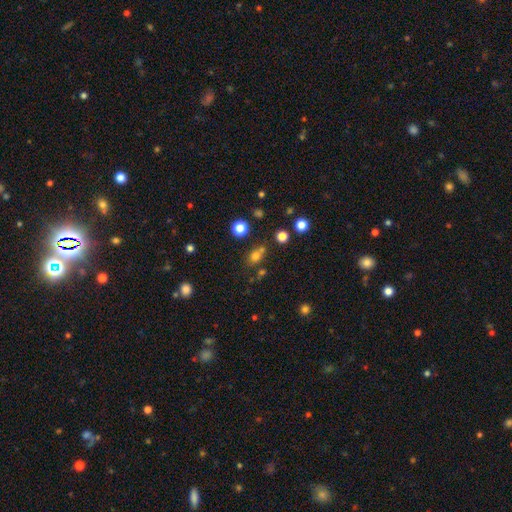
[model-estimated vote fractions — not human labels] smooth-or-featured: smooth: 73% | star or artifact: 18% | featured or disk: 9%
  how-rounded: round: 49% (tied) | in between: 49% (tied) | cigar-shaped: 3%
  merging: none: 58% | merger: 21% | minor disturbance: 15% | major disturbance: 6%